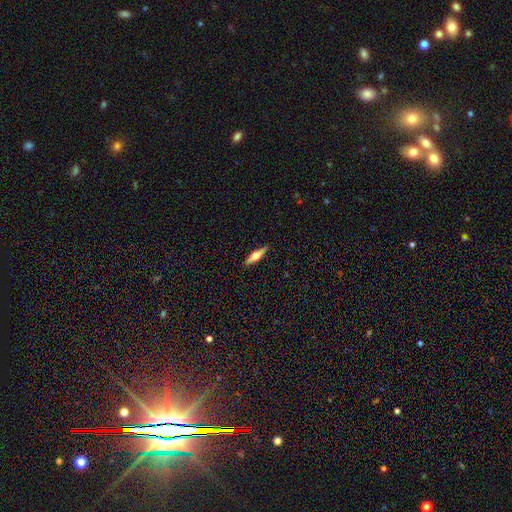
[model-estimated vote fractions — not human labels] A featured or disk galaxy (61%) viewed edge-on (96%) with a rounded central bulge (95%). Merging: none (90%).